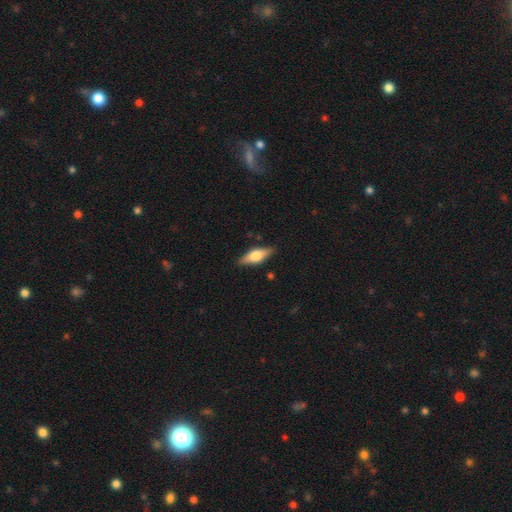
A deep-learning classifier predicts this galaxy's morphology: This appears to be a smooth galaxy with no disk features (48%). Merging: none (86%).